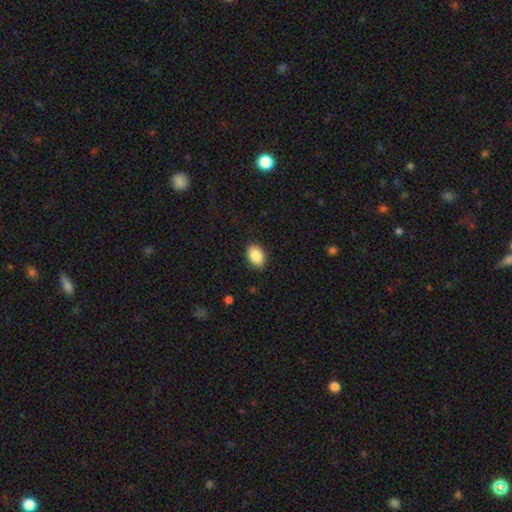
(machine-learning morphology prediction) Smooth or featured?
  - smooth: 90% *
  - star or artifact: 7%
  - featured or disk: 4%
How rounded?
  - in between: 89% *
  - round: 10%
  - cigar-shaped: 1%
Merging?
  - none: 89% *
  - minor disturbance: 8%
  - major disturbance: 2%
  - merger: 1%